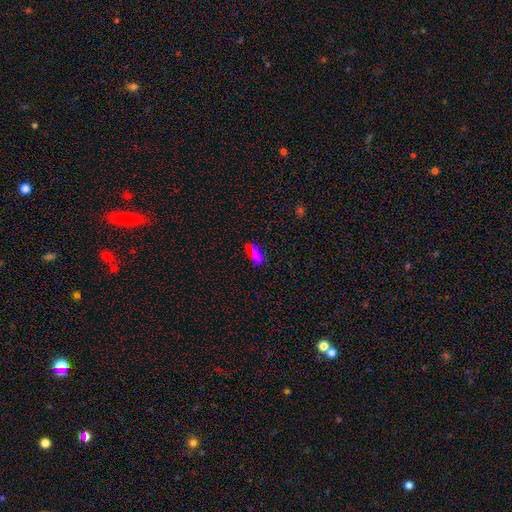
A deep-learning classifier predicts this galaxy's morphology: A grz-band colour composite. It shows a smooth galaxy with no disk features (70%) that is in between round and cigar-shaped (78%). Merging: none (79%).